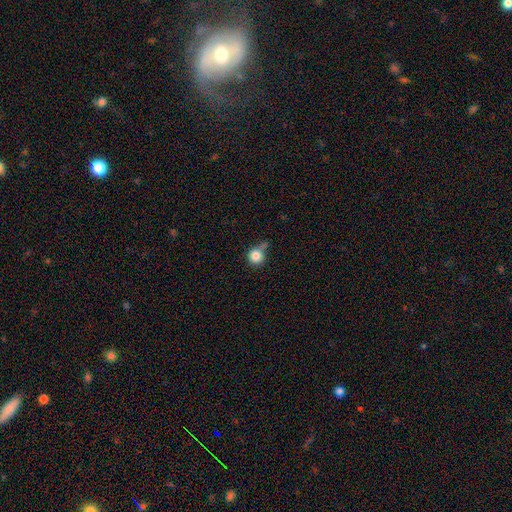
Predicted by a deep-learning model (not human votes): The model was most divided on "merging": none: 55%, minor disturbance: 20%, merger: 17%, major disturbance: 8%. More confident: how rounded — round (92%); smooth or featured — smooth (83%).